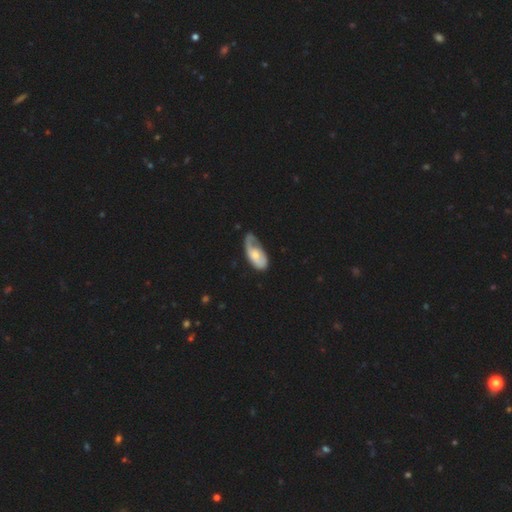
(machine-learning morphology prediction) The model was most divided on "smooth or featured": smooth: 48%, featured or disk: 47%, star or artifact: 5%. Remaining: merging — minor disturbance (35%).